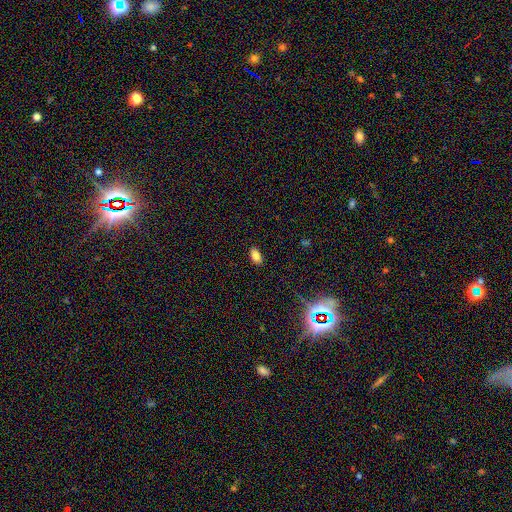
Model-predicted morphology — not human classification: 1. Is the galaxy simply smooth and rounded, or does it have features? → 82% smooth, 12% star or artifact, 7% featured or disk.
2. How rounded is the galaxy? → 91% in between, 6% round, 3% cigar-shaped.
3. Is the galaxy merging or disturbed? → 88% none, 9% minor disturbance, 2% major disturbance, 1% merger.